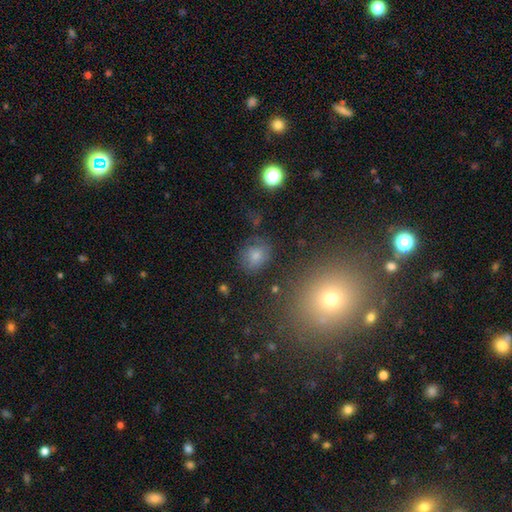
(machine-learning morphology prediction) A smooth galaxy with no disk features (71%) that is round (59%). Merging: none (68%).